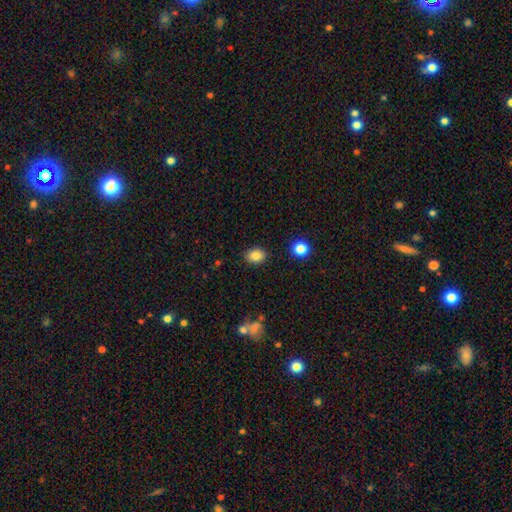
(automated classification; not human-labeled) smooth 84%, star or artifact 10%, featured or disk 6%. Down the decision tree: how rounded — in between (63%); merging — none (86%).